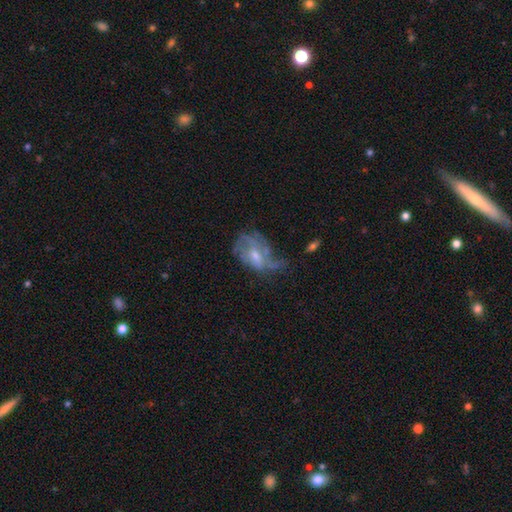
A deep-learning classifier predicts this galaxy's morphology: The model was most divided on "merging": major disturbance: 36%, none: 33%, minor disturbance: 26%, merger: 5%. Remaining: edge-on disk — no (96%); smooth or featured — featured or disk (66%); spiral arms — yes (64%); bar — no (56%); bulge size — moderate (46%).